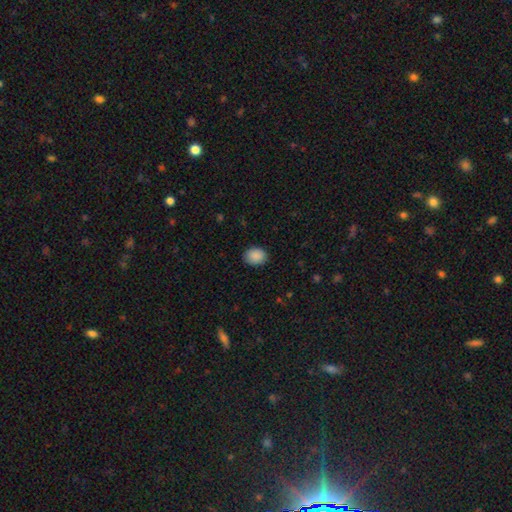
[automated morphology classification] This is clearly a smooth galaxy (89%). How rounded: possibly in between (56%). Merging: clearly none (87%).